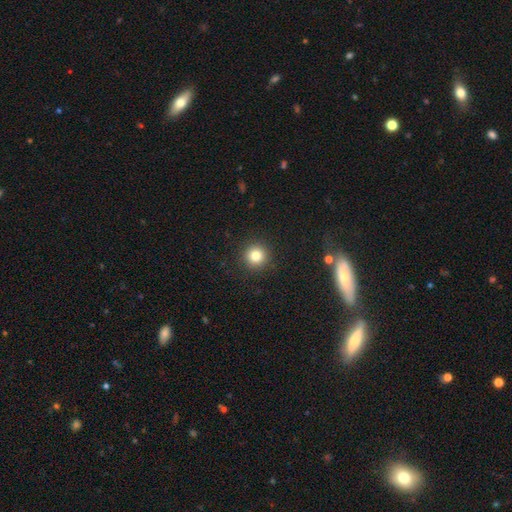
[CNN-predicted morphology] Smooth or featured: smooth — 82% (star or artifact — 12%)
How rounded: round — 95% (in between — 4%)
Merging: none — 92% (minor disturbance — 5%)